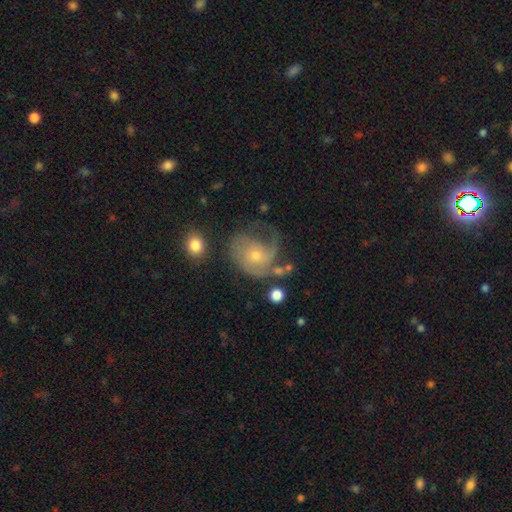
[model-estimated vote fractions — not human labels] featured or disk 75%, smooth 17%, star or artifact 8%. Down the decision tree: edge-on disk — no (98%); bar — no (75%); spiral arms — yes (89%); spiral arm count — 1 (30%); spiral winding — medium (40%); bulge size — small (59%); merging — none (43%).